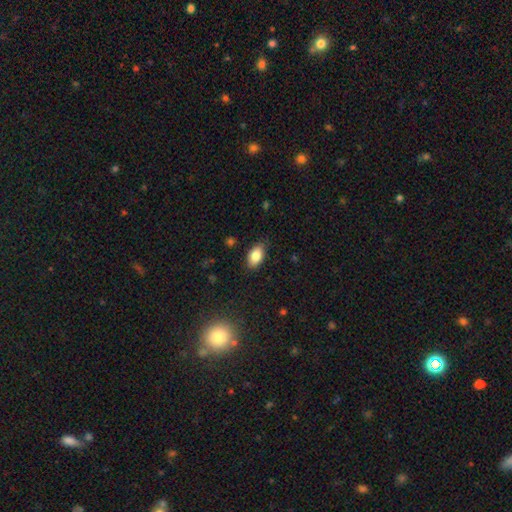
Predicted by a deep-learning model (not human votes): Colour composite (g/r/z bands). It shows a smooth galaxy with no disk features (84%) that is in between round and cigar-shaped (91%). Merging: none (83%).